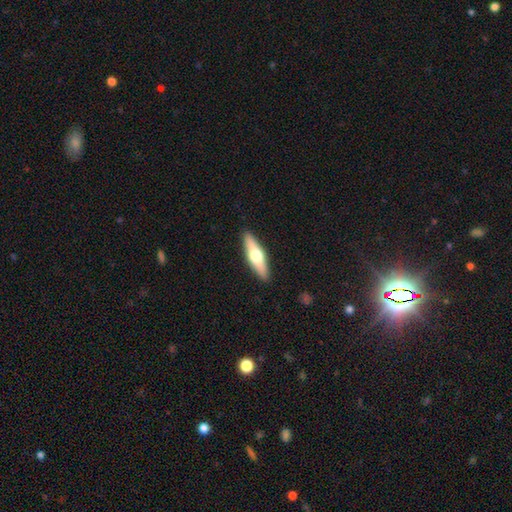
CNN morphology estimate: Smooth or featured?
  - smooth: 48% *
  - featured or disk: 46%
  - star or artifact: 5%
Merging?
  - none: 90% *
  - minor disturbance: 7%
  - major disturbance: 2%
  - merger: 1%